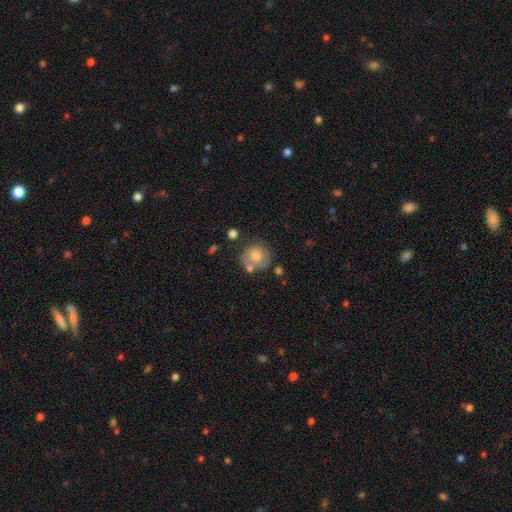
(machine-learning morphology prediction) This is likely a smooth galaxy (62%). How rounded: clearly round (83%). Merging: possibly none (56%).